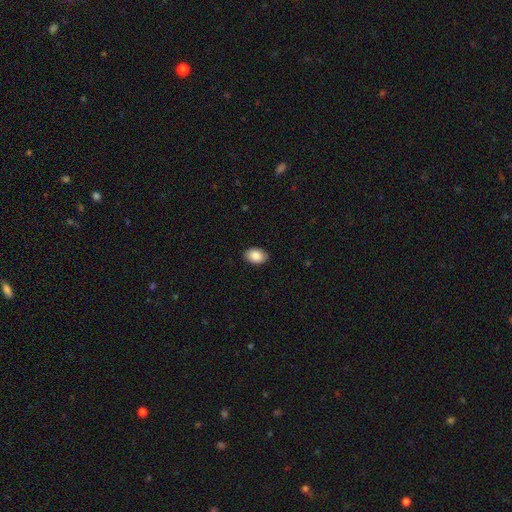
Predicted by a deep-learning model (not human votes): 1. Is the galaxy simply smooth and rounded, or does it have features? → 88% smooth, 7% star or artifact, 5% featured or disk.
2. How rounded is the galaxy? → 83% in between, 16% round, 1% cigar-shaped.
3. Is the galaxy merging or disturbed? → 88% none, 9% minor disturbance, 2% major disturbance, 1% merger.